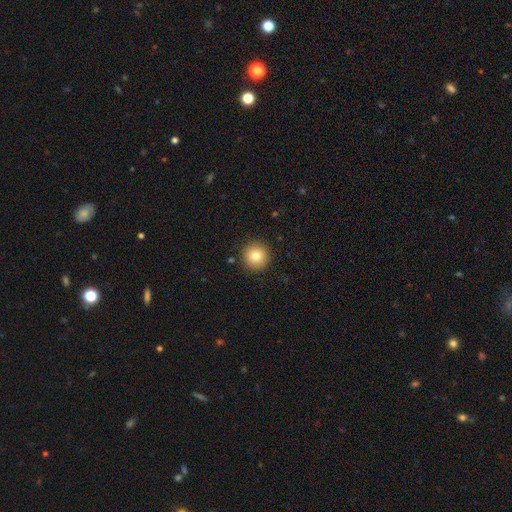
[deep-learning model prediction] Smooth or featured?
  - smooth: 80% *
  - star or artifact: 10%
  - featured or disk: 10%
How rounded?
  - round: 95% *
  - in between: 4%
  - cigar-shaped: 1%
Merging?
  - none: 91% *
  - minor disturbance: 6%
  - major disturbance: 2%
  - merger: 1%